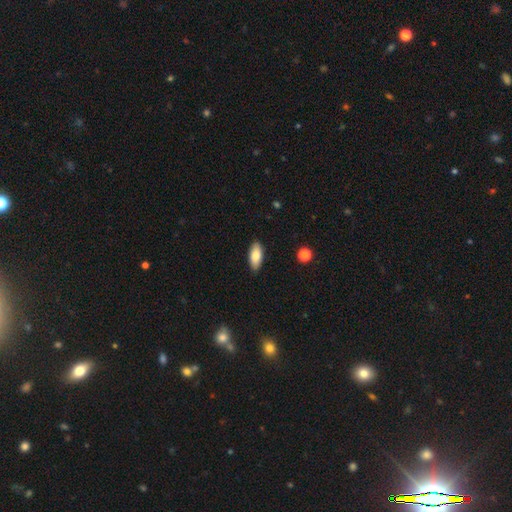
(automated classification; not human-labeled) Smooth or featured? smooth (82%)
How rounded? in between (86%)
Merging? none (89%)